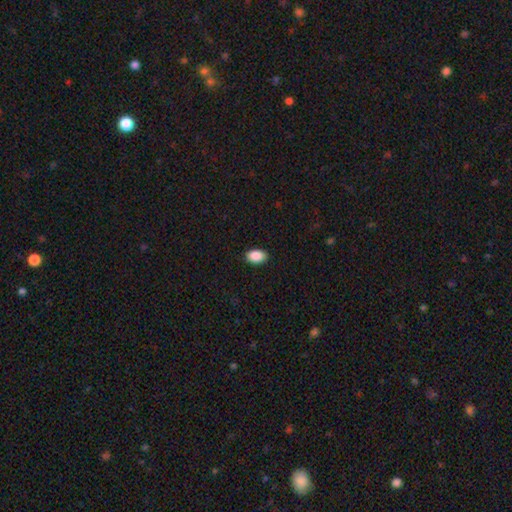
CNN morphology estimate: Overall: smooth (90%). How rounded: in between (91%). Merging: none (90%).